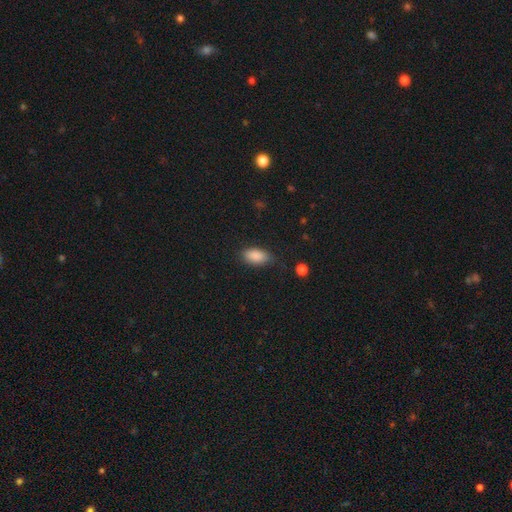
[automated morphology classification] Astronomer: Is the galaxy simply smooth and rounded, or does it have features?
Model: smooth — 88%.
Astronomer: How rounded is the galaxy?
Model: in between — 91%.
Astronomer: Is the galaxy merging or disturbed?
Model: none — 78%.